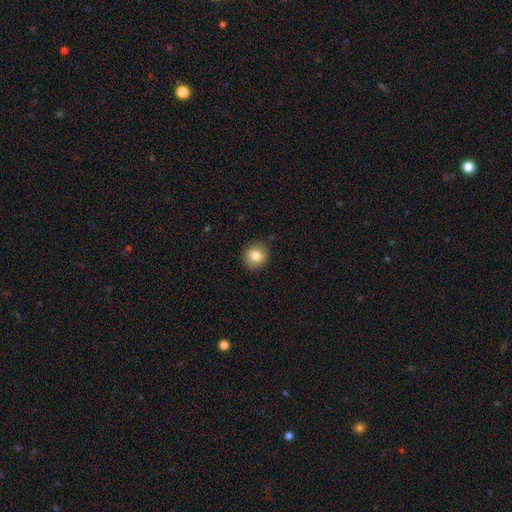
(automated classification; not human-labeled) smooth-or-featured: smooth: 82% | featured or disk: 9% | star or artifact: 9%
  how-rounded: round: 83% | in between: 16% | cigar-shaped: 1%
  merging: none: 88% | minor disturbance: 9% | major disturbance: 2% | merger: 1%